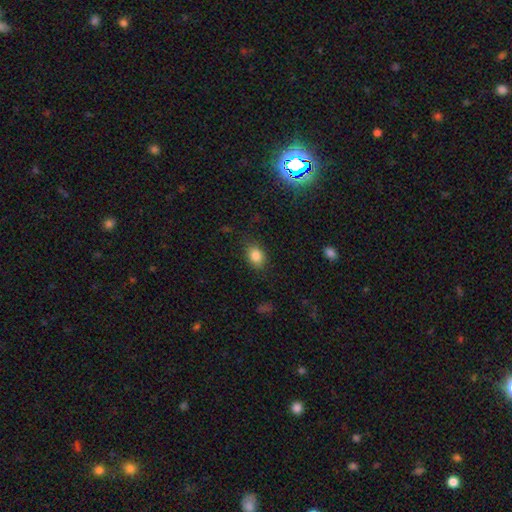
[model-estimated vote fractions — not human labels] Overall: smooth (84%). How rounded: in between (70%). Merging: none (82%).